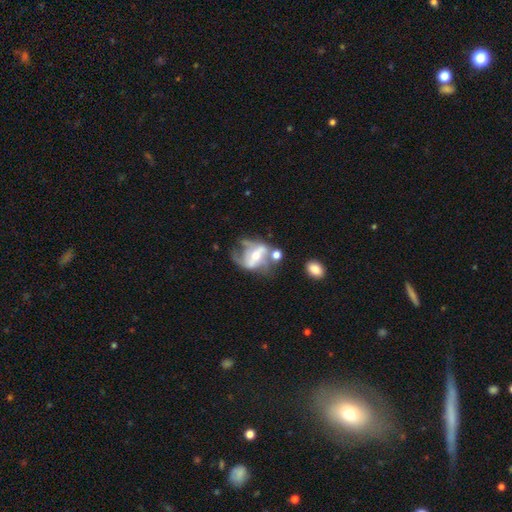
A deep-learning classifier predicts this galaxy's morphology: Q: Smooth or featured?
A: featured or disk (74%); runner-up: smooth (18%)
Q: Edge-on disk?
A: no (94%); runner-up: yes (6%)
Q: Bar?
A: strong (46%); runner-up: weak (28%)
Q: Spiral arms?
A: yes (63%); runner-up: no (37%)
Q: Bulge size?
A: moderate (59%); runner-up: small (32%)
Q: Merging?
A: none (35%); runner-up: major disturbance (25%)